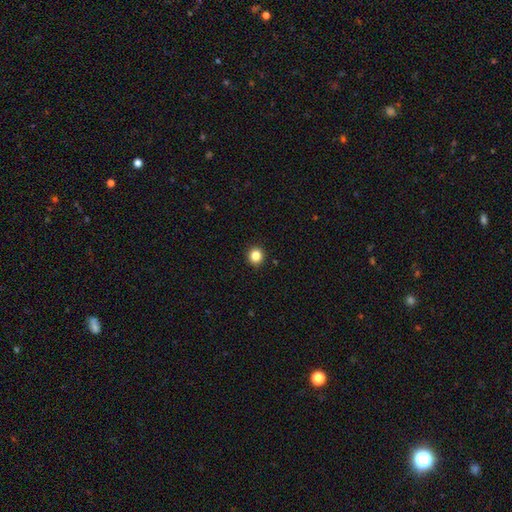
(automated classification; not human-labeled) Morphology: type=smooth (84%); roundness=round (90%); merging=none (93%).